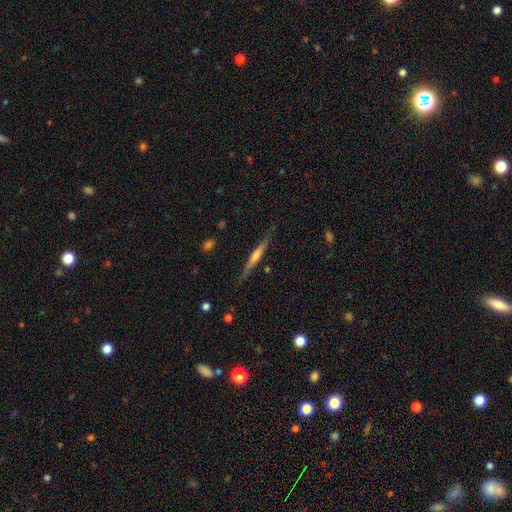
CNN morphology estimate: Smooth or featured?
  - featured or disk: 60% *
  - smooth: 33%
  - star or artifact: 7%
Edge-on disk?
  - yes: 96% *
  - no: 4%
Edge-on bulge?
  - rounded: 48% *
  - none: 34%
  - boxy: 18%
Merging?
  - none: 83% *
  - minor disturbance: 13%
  - major disturbance: 3%
  - merger: 2%